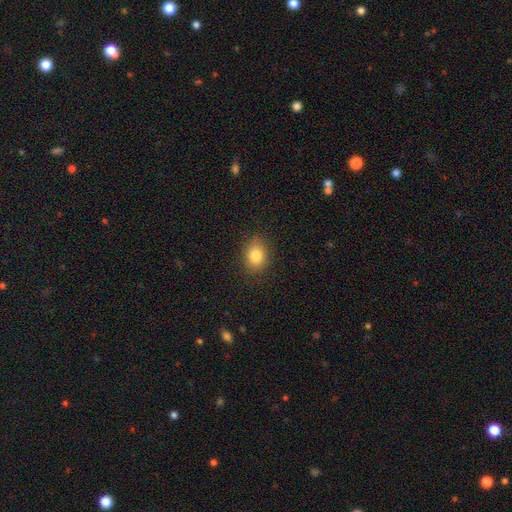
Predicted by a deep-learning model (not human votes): This appears to be a smooth galaxy with no disk features (82%) that is in between round and cigar-shaped (57%). Merging: none (86%).